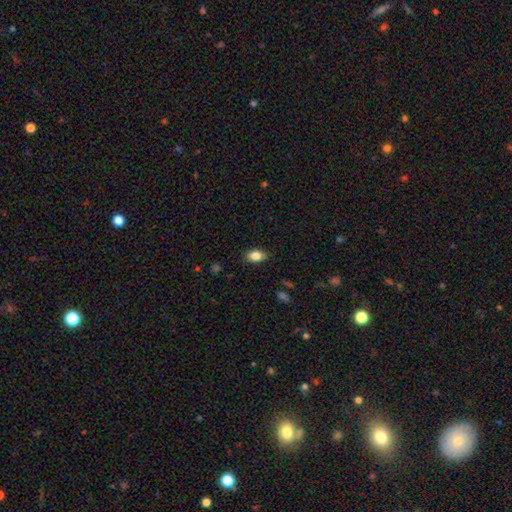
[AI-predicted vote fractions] smooth-or-featured: smooth: 85% | star or artifact: 8% | featured or disk: 7%
  how-rounded: in between: 88% | round: 10% | cigar-shaped: 3%
  merging: none: 83% | minor disturbance: 14% | major disturbance: 3% | merger: 1%